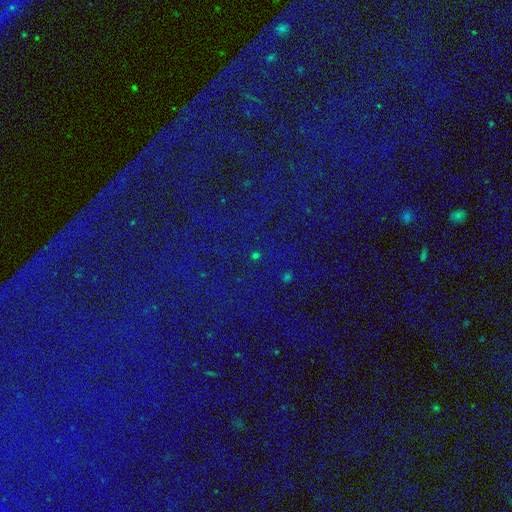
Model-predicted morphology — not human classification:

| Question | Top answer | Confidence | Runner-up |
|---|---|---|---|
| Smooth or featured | star or artifact | 84% | smooth (10%) |